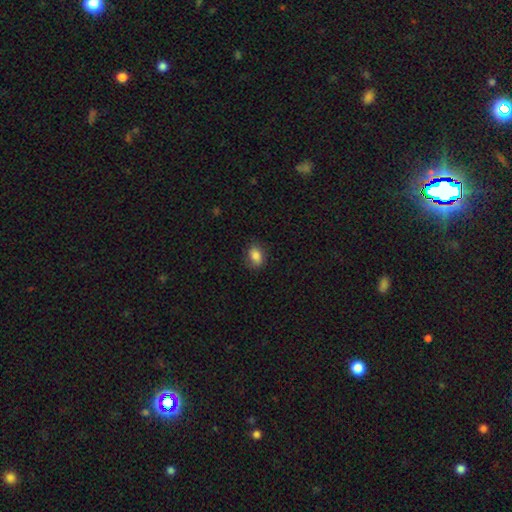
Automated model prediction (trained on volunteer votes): smooth-or-featured: smooth: 84% | star or artifact: 9% | featured or disk: 7%
  how-rounded: in between: 76% | round: 22% | cigar-shaped: 1%
  merging: none: 78% | minor disturbance: 17% | major disturbance: 4% | merger: 1%